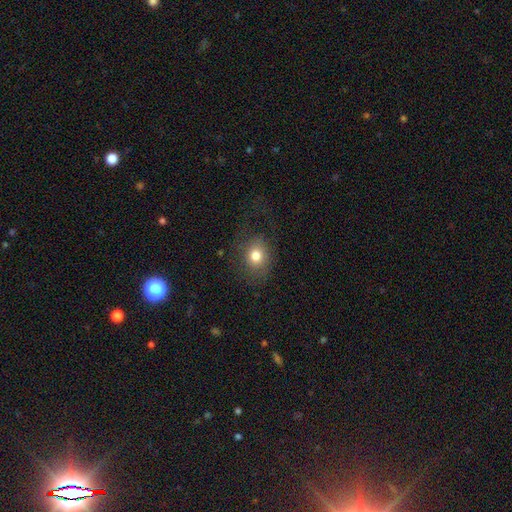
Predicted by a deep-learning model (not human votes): Overall: smooth (77%). How rounded: round (56%; in between 43%). Merging: none (70%).